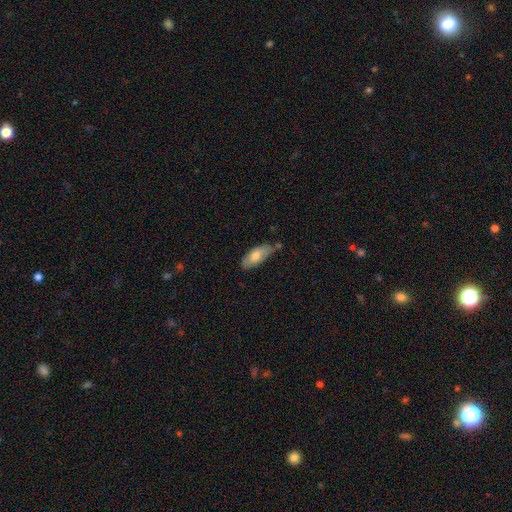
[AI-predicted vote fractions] Smooth or featured: smooth — 70% (featured or disk — 24%)
How rounded: in between — 85% (cigar-shaped — 13%)
Merging: none — 63% (minor disturbance — 26%)